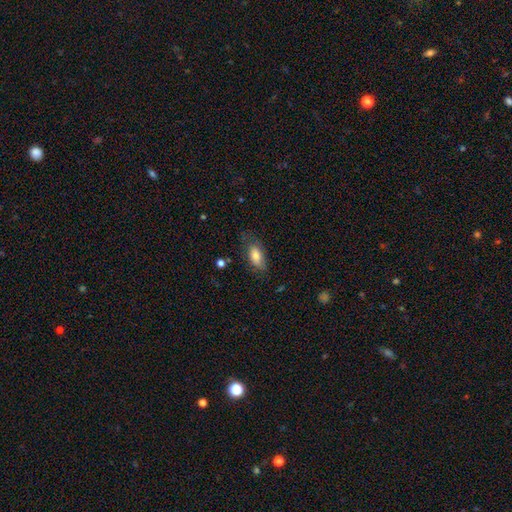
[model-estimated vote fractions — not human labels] Smooth or featured? Predicted: smooth (p=0.72). How rounded? Predicted: in between (p=0.88). Merging? Predicted: none (p=0.60).